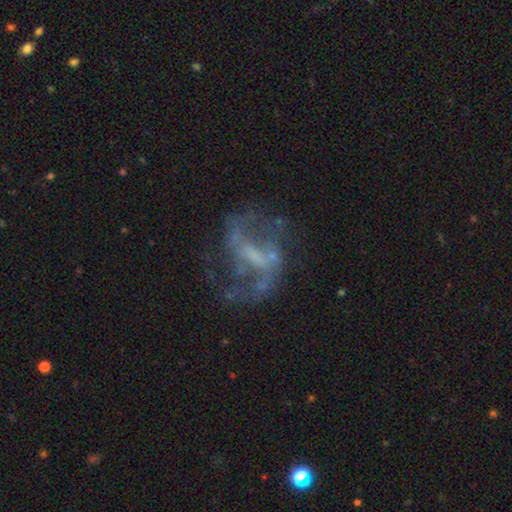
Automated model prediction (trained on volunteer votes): smooth-or-featured: featured or disk: 79% | star or artifact: 11% | smooth: 10%
  disk-edge-on: no: 97% | yes: 3%
    bar: weak: 44% | strong: 34% | no: 22%
    has-spiral-arms: yes: 77% | no: 23%
      spiral-winding: loose: 51% | medium: 39% | tight: 10%
      spiral-arm-count: 2: 79% | can't tell: 11% | 1: 4% | 3: 3% | 4: 1% | more than 4: 1%
    bulge-size: none: 44% | small: 31% | moderate: 20% | large: 4% | dominant: 1%
  merging: none: 56% | major disturbance: 22% | minor disturbance: 17% | merger: 4%